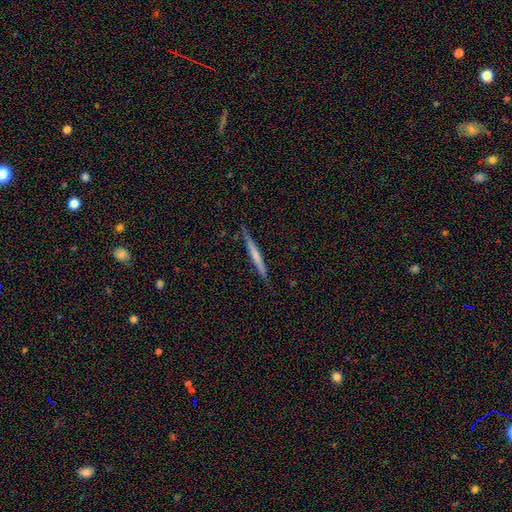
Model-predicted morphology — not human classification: featured or disk 48%, smooth 46%, star or artifact 6%. Down the decision tree: merging — none (86%).